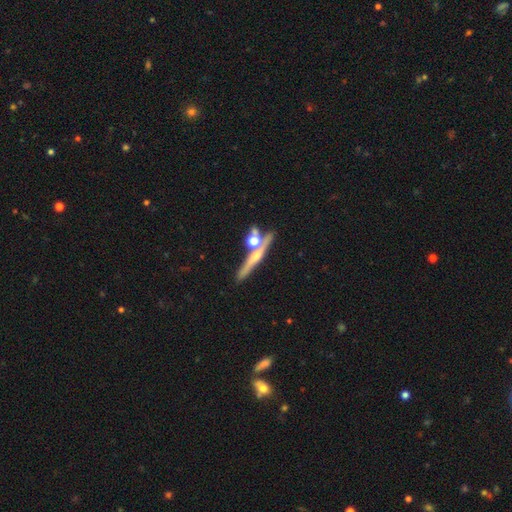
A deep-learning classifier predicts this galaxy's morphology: Smooth or featured: featured or disk — 57% (smooth — 30%)
Edge-on disk: yes — 90% (no — 10%)
Edge-on bulge: rounded — 75% (none — 18%)
Merging: none — 67% (merger — 19%)